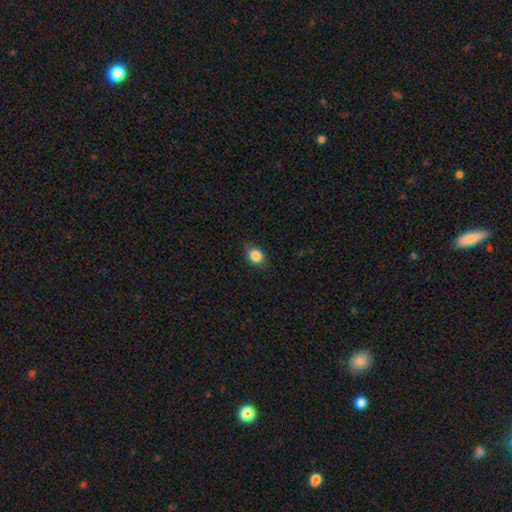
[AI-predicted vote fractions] A smooth galaxy with no disk features (86%) that is in between round and cigar-shaped (67%). Merging: none (82%).